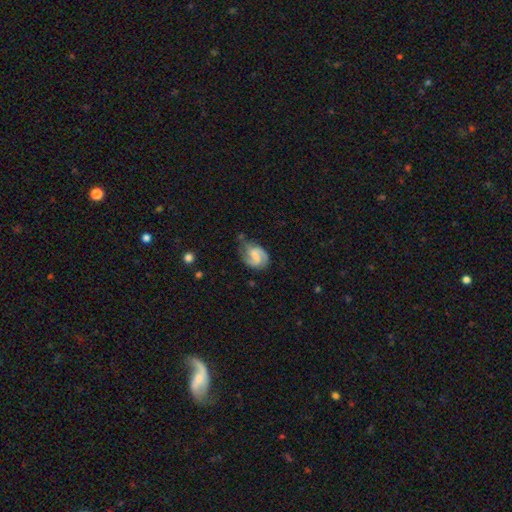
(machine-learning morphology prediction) featured or disk 76%, smooth 18%, star or artifact 6%. Down the decision tree: edge-on disk — no (98%); bar — weak (50%); spiral arms — yes (95%); spiral arm count — 2 (79%); spiral winding — medium (49%); bulge size — small (36%); merging — none (55%).